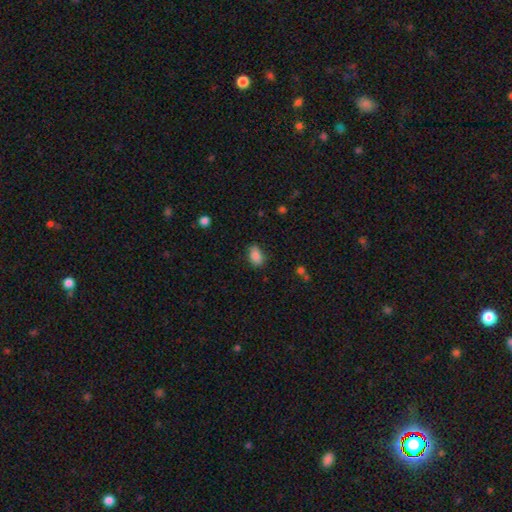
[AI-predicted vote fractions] Q: Smooth or featured?
A: smooth (85%); runner-up: star or artifact (9%)
Q: How rounded?
A: in between (87%); runner-up: round (11%)
Q: Merging?
A: none (79%); runner-up: minor disturbance (17%)